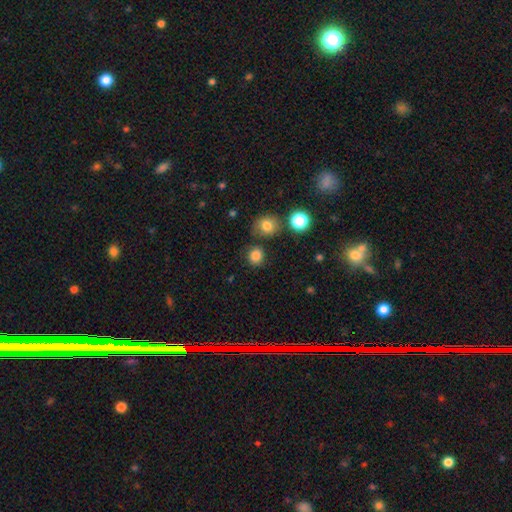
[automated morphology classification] This is clearly a smooth galaxy (82%). How rounded: clearly round (85%). Merging: clearly none (81%).